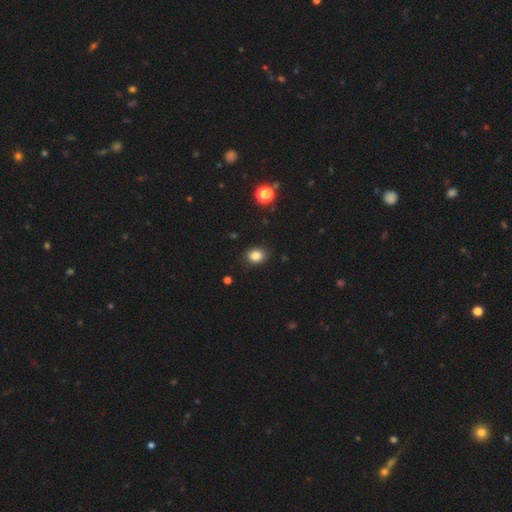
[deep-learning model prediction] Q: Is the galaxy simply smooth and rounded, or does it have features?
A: smooth — 84%.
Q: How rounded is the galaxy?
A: round — 50%.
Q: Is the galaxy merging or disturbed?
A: none — 85%.